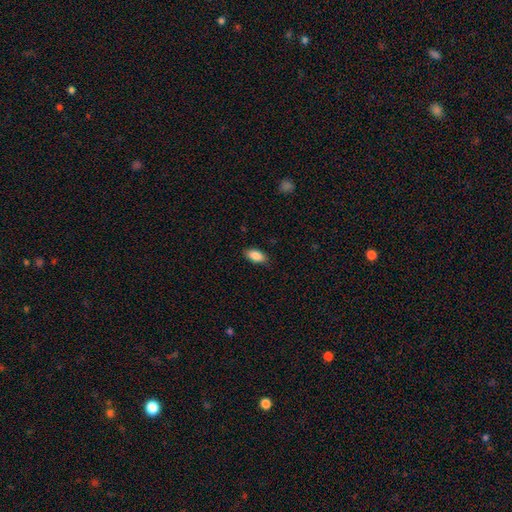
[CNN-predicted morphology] This appears to be a smooth galaxy with no disk features (87%) that is in between round and cigar-shaped (91%). Merging: none (85%).